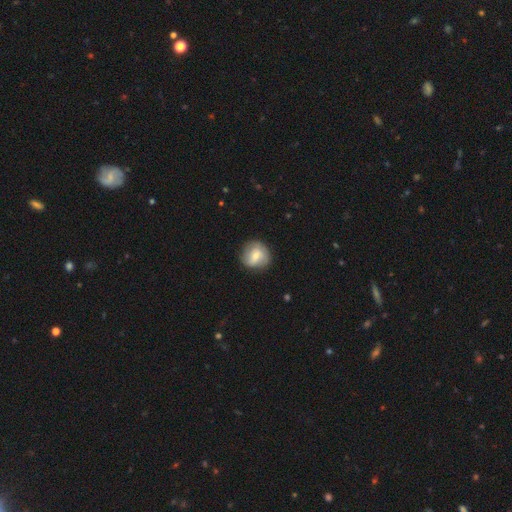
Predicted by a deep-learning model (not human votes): A smooth galaxy with no disk features (53%) that is round (86%).

Vote fractions:
- Smooth or featured? smooth: 53% / featured or disk: 40% / star or artifact: 7%
- How rounded? round: 86% / in between: 13% / cigar-shaped: 1%
- Merging? none: 77% / minor disturbance: 17% / major disturbance: 5% / merger: 1%